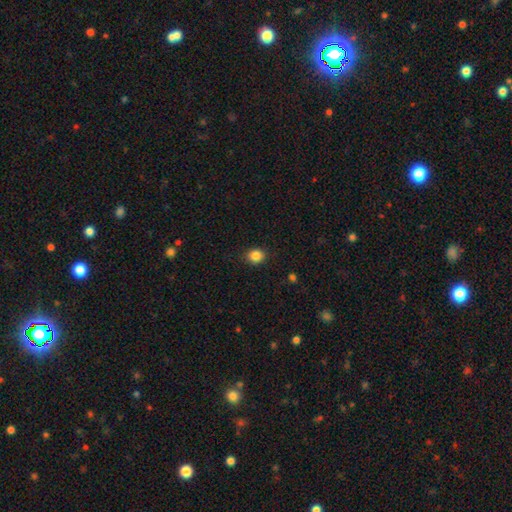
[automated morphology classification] Q: Smooth or featured?
A: smooth (86%); runner-up: star or artifact (10%)
Q: How rounded?
A: round (74%); runner-up: in between (25%)
Q: Merging?
A: none (87%); runner-up: minor disturbance (9%)